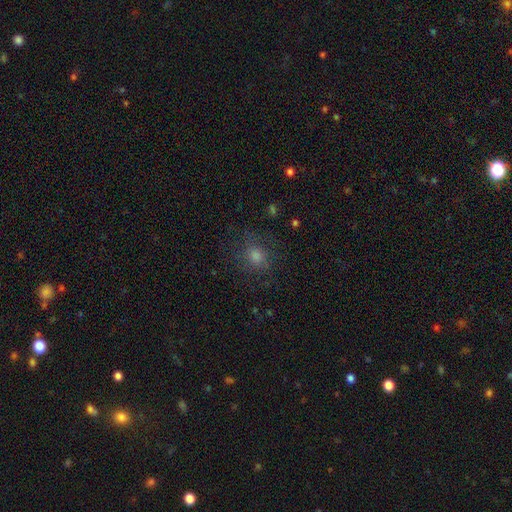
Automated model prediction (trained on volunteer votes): Smooth or featured? Predicted: smooth (p=0.62). How rounded? Predicted: round (p=0.75). Merging? Predicted: none (p=0.76).